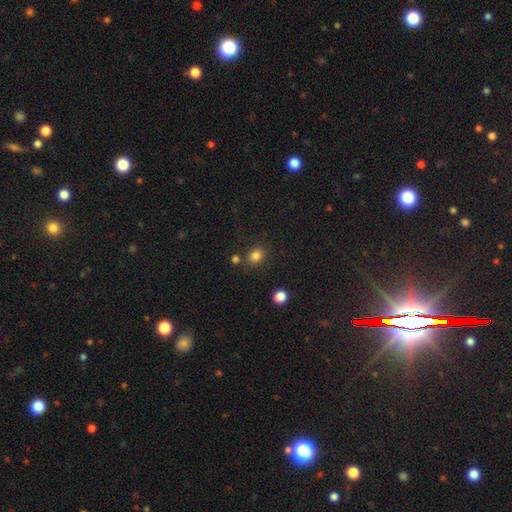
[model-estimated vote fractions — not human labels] This is clearly a smooth galaxy (83%). How rounded: likely round (62%). Merging: likely none (79%).